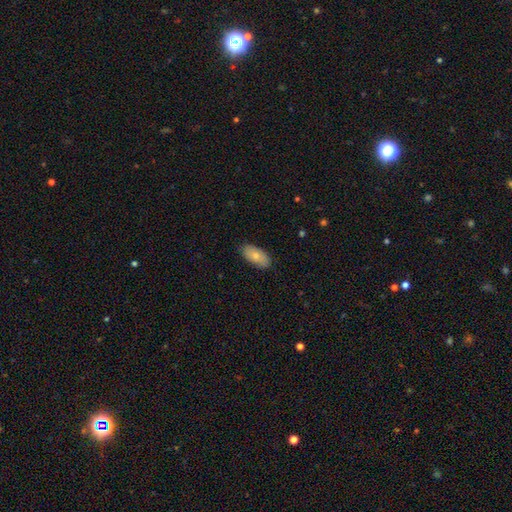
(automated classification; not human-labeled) Smooth or featured?
  - smooth: 77% *
  - featured or disk: 17%
  - star or artifact: 6%
How rounded?
  - in between: 92% *
  - cigar-shaped: 5%
  - round: 3%
Merging?
  - none: 85% *
  - minor disturbance: 12%
  - major disturbance: 2%
  - merger: 1%